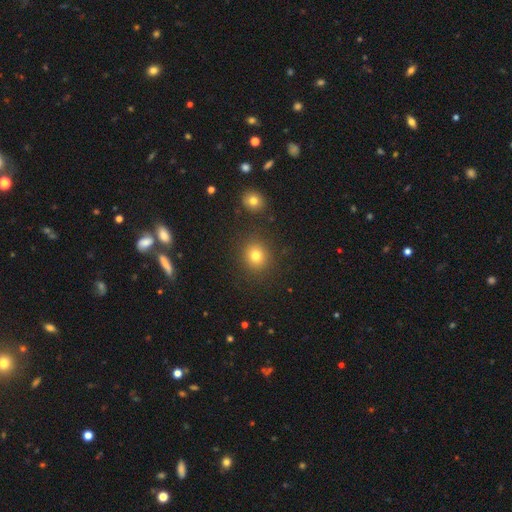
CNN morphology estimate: This appears to be a smooth galaxy with no disk features (79%) that is round (84%). Merging: none (86%).